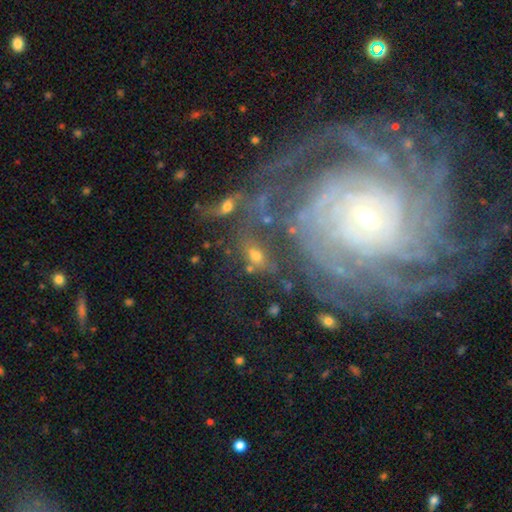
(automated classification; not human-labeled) A featured or disk galaxy (58%) with no bar (57%), spiral arms (78%) and a small central bulge (48%). Merging: none (57%).